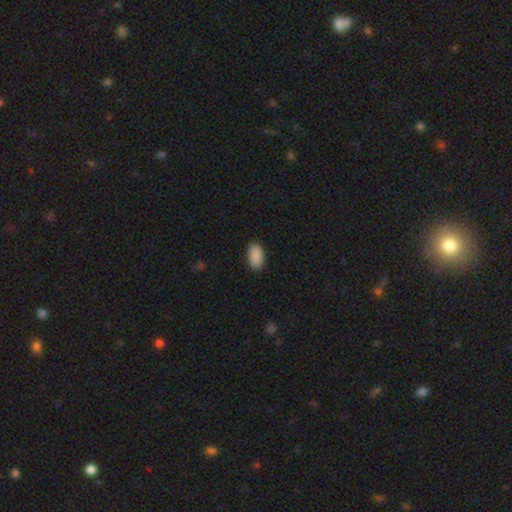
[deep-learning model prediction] Smooth or featured? Predicted: smooth (p=0.90). How rounded? Predicted: in between (p=0.94). Merging? Predicted: none (p=0.88).